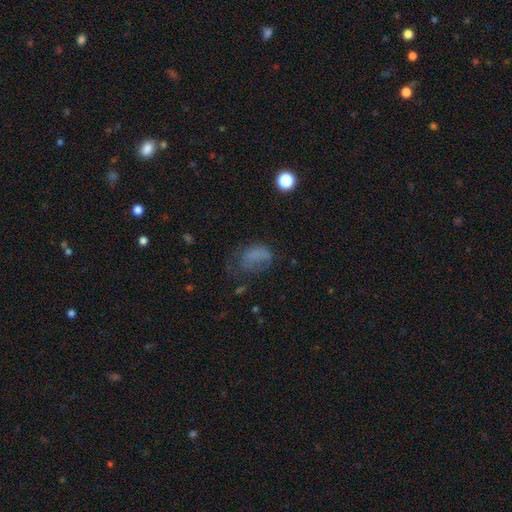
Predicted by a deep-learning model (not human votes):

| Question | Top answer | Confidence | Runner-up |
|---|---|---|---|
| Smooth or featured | smooth | 59% | featured or disk (22%) |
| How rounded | in between | 76% | round (22%) |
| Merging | major disturbance | 40% | none (32%) |